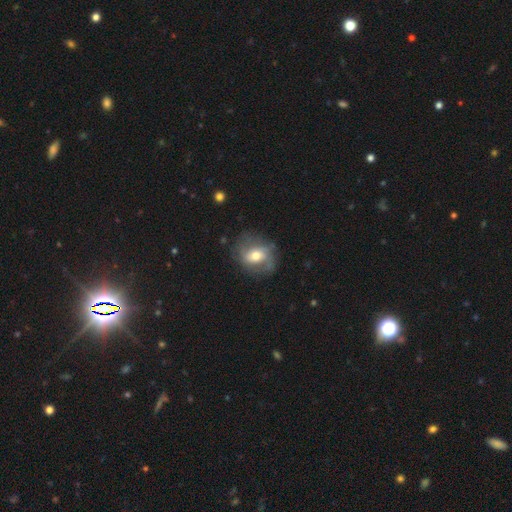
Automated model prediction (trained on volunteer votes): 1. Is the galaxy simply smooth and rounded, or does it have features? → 57% featured or disk, 36% smooth, 8% star or artifact.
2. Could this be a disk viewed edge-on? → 96% no, 4% yes.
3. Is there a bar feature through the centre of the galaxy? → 46% no, 39% weak, 16% strong.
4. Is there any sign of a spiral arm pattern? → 73% yes, 27% no.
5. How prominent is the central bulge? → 69% moderate, 17% small, 12% large, 1% dominant, 1% none.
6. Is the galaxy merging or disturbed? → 64% none, 22% minor disturbance, 13% major disturbance, 2% merger.